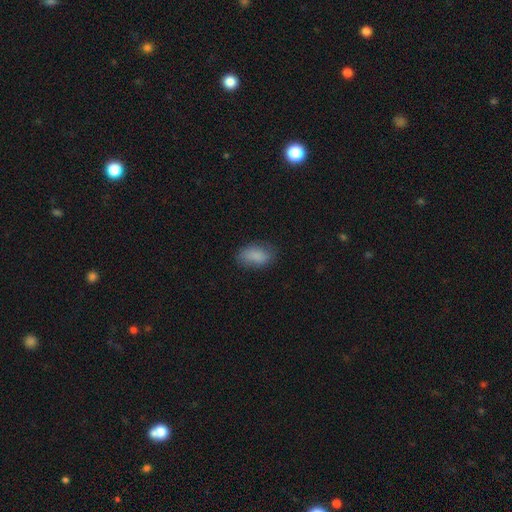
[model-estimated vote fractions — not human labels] smooth-or-featured: smooth: 86% | star or artifact: 8% | featured or disk: 7%
  how-rounded: in between: 92% | round: 5% | cigar-shaped: 3%
  merging: none: 74% | minor disturbance: 20% | major disturbance: 5% | merger: 1%